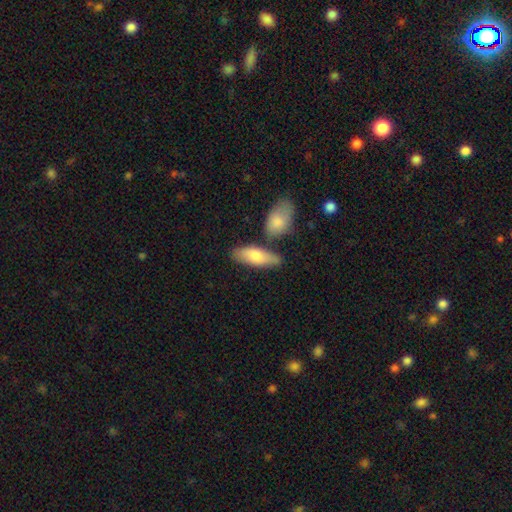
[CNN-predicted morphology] smooth 72%, featured or disk 22%, star or artifact 5%. Down the decision tree: how rounded — in between (69%); merging — none (63%).